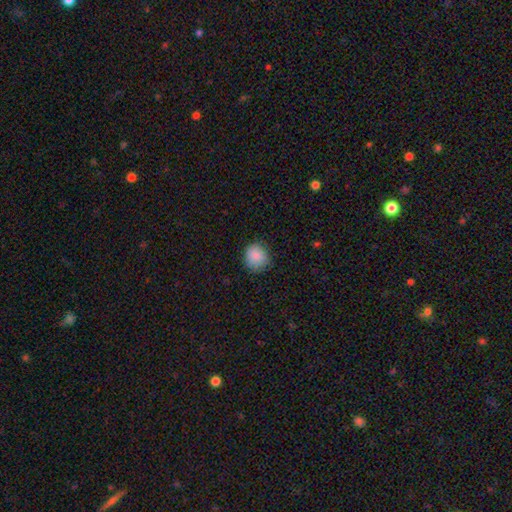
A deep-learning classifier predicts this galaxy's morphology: Smooth or featured?
  - smooth: 87% *
  - star or artifact: 9%
  - featured or disk: 4%
How rounded?
  - round: 83% *
  - in between: 16%
  - cigar-shaped: 1%
Merging?
  - none: 79% *
  - minor disturbance: 17%
  - major disturbance: 3%
  - merger: 1%